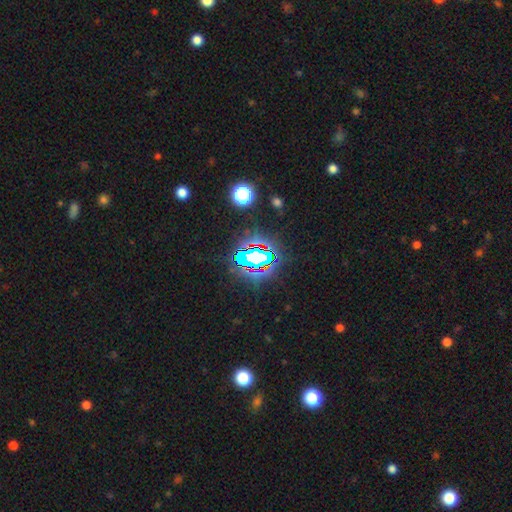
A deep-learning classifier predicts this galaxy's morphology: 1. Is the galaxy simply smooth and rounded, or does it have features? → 73% star or artifact, 15% smooth, 12% featured or disk.